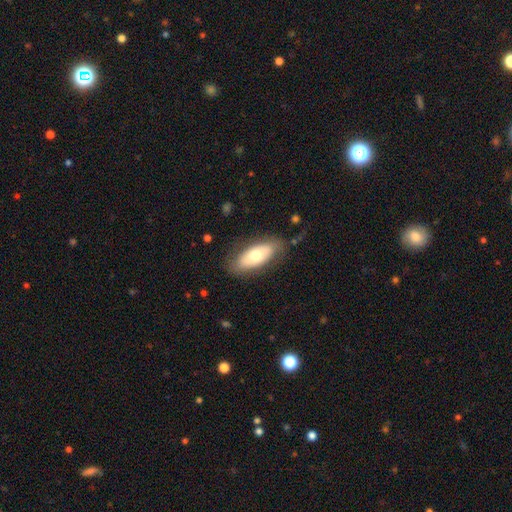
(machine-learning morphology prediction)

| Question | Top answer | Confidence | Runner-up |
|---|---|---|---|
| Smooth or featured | smooth | 63% | featured or disk (31%) |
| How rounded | in between | 87% | cigar-shaped (10%) |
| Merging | none | 79% | minor disturbance (15%) |